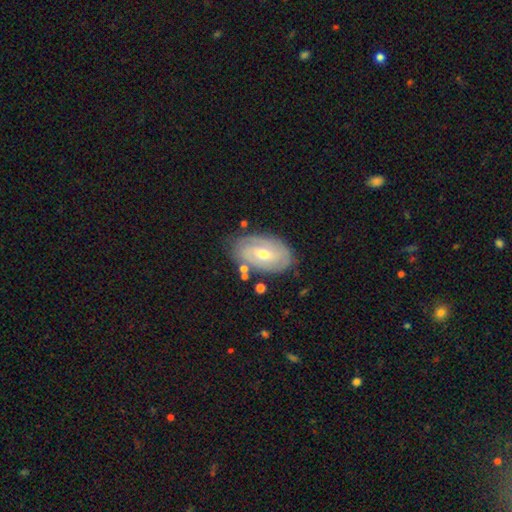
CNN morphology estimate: Smooth or featured: featured or disk — 56% (smooth — 26%)
Edge-on disk: no — 91% (yes — 9%)
Bar: no — 60% (weak — 30%)
Spiral arms: yes — 70% (no — 30%)
Bulge size: moderate — 54% (small — 42%)
Merging: none — 78% (minor disturbance — 14%)